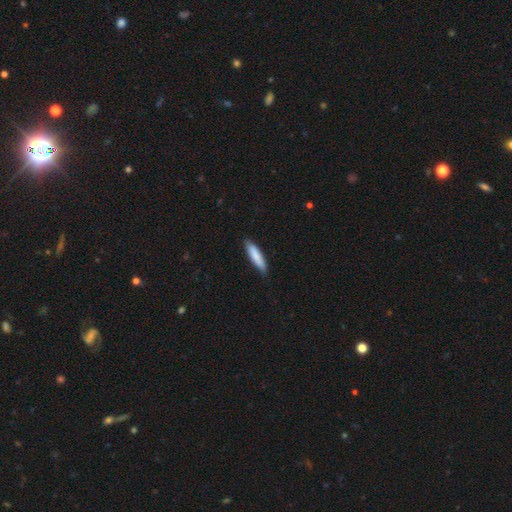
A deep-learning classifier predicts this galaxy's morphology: smooth 83%, featured or disk 12%, star or artifact 5%. Down the decision tree: how rounded — cigar-shaped (76%); merging — none (83%).